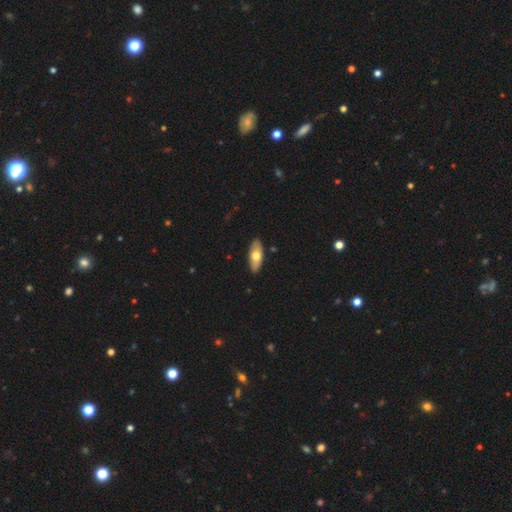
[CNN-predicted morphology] A smooth galaxy with no disk features (64%) that is in between round and cigar-shaped (79%).

Vote fractions:
- Smooth or featured? smooth: 64% / featured or disk: 31% / star or artifact: 5%
- How rounded? in between: 79% / cigar-shaped: 18% / round: 2%
- Merging? none: 89% / minor disturbance: 8% / major disturbance: 1% / merger: 1%